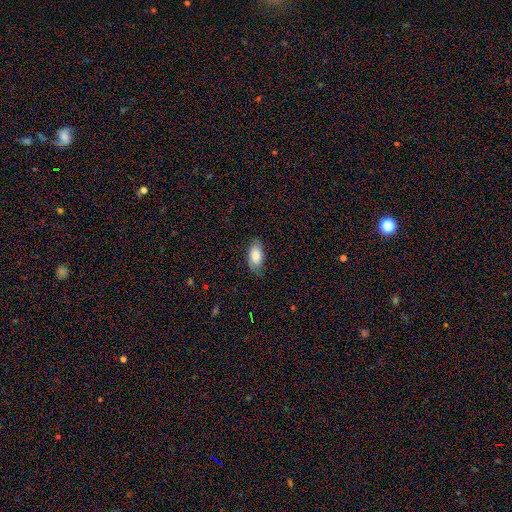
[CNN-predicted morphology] This is likely a smooth galaxy (78%). How rounded: clearly in between (91%). Merging: likely none (71%).